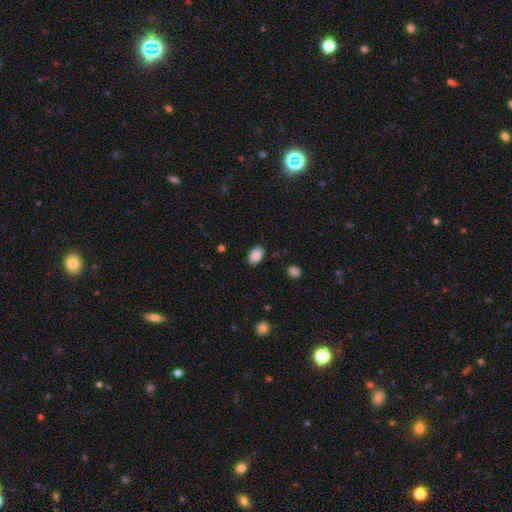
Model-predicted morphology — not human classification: Smooth or featured? smooth (89%)
How rounded? in between (85%)
Merging? none (86%)